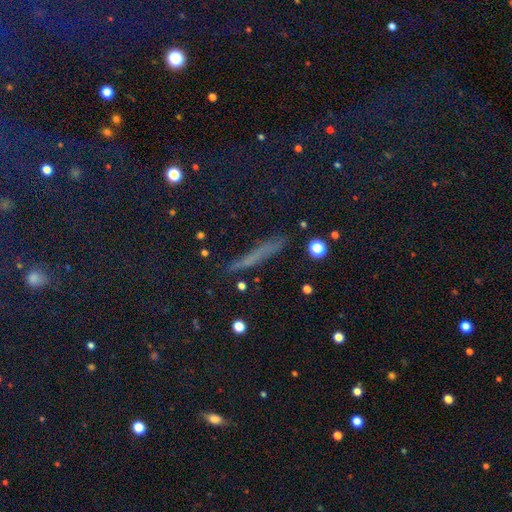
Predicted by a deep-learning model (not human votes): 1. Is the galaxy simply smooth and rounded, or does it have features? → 43% smooth, 35% star or artifact, 22% featured or disk.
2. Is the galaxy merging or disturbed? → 84% none, 10% minor disturbance, 4% major disturbance, 3% merger.